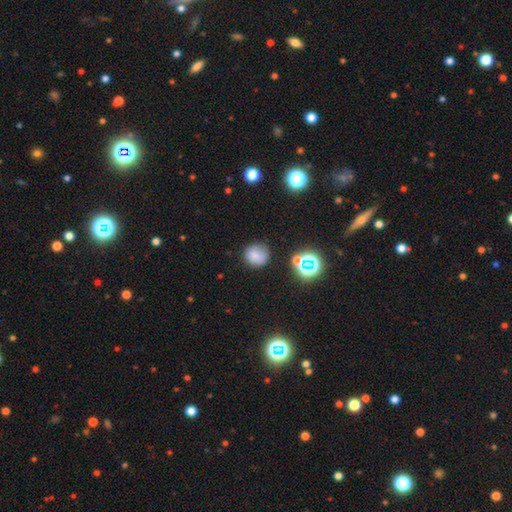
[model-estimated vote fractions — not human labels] A smooth galaxy with no disk features (75%) that is round (90%).

Vote fractions:
- Smooth or featured? smooth: 75% / star or artifact: 17% / featured or disk: 8%
- How rounded? round: 90% / in between: 9% / cigar-shaped: 1%
- Merging? none: 79% / minor disturbance: 13% / major disturbance: 4% / merger: 4%